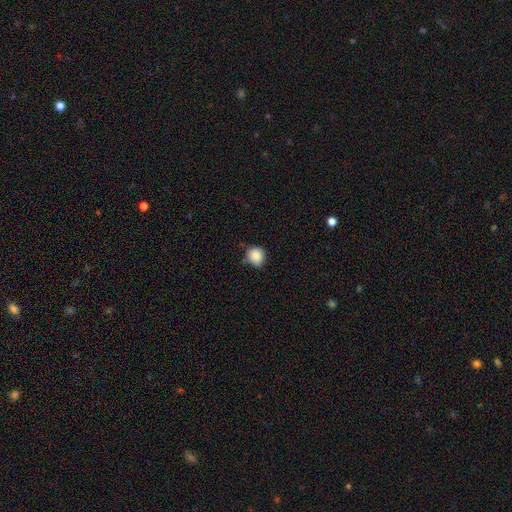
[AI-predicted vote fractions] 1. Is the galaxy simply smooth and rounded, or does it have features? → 87% smooth, 9% star or artifact, 4% featured or disk.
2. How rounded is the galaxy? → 81% round, 18% in between, 1% cigar-shaped.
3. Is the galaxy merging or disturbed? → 65% none, 27% minor disturbance, 4% major disturbance, 3% merger.